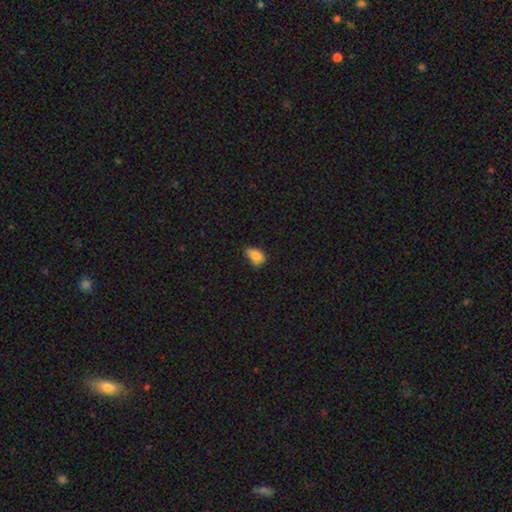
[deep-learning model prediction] Morphology: type=smooth (82%); roundness=in between (86%); merging=none (50%).